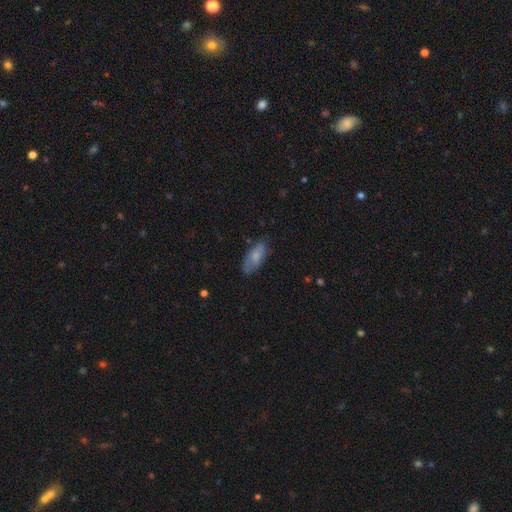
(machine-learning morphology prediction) A smooth galaxy with no disk features (74%) that is in between round and cigar-shaped (81%). Merging: none (69%).